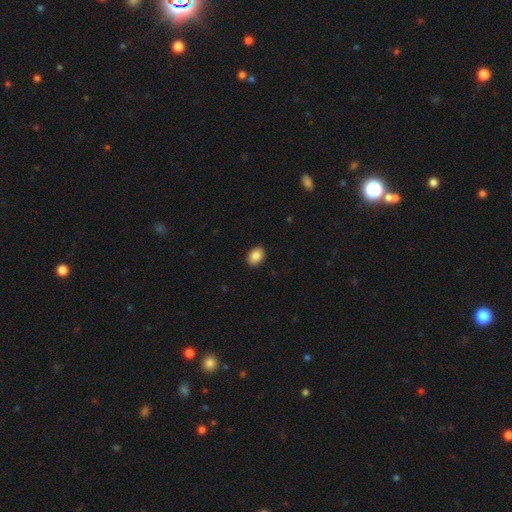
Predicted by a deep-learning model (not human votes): Smooth or featured: smooth — 87% (star or artifact — 8%)
How rounded: in between — 73% (round — 26%)
Merging: none — 90% (minor disturbance — 7%)